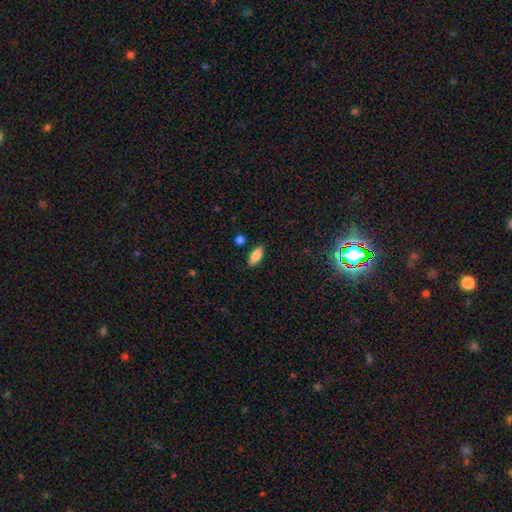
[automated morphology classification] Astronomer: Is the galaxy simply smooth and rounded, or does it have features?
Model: smooth — 85%.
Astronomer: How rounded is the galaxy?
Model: in between — 85%.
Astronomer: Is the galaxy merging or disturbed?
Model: none — 85%.